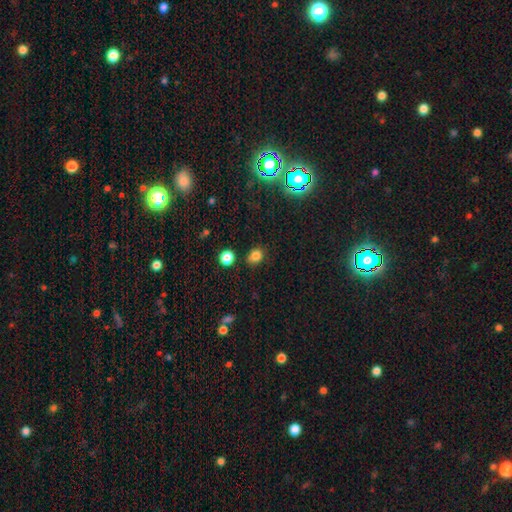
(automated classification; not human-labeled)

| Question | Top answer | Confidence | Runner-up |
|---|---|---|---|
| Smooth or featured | smooth | 79% | star or artifact (15%) |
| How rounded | round | 60% | in between (39%) |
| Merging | none | 81% | minor disturbance (12%) |